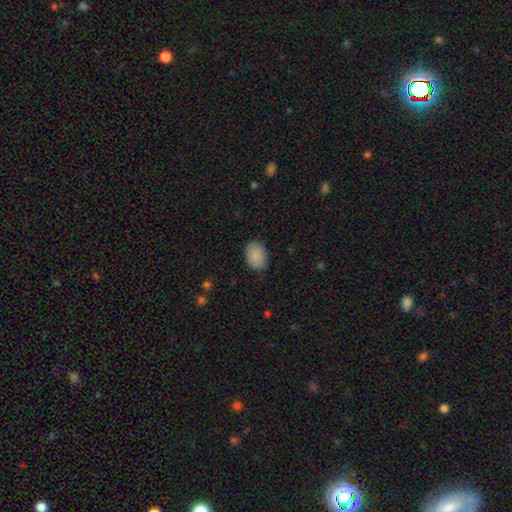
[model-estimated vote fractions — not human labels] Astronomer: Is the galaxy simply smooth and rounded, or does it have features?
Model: smooth — 89%.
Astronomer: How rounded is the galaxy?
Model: in between — 78%.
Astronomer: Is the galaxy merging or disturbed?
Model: none — 84%.